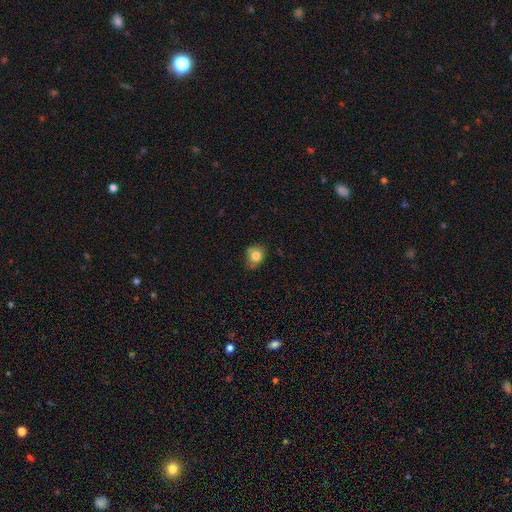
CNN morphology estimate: Overall: smooth (79%). How rounded: round (63%; in between 36%). Merging: none (59%; minor disturbance 31%).